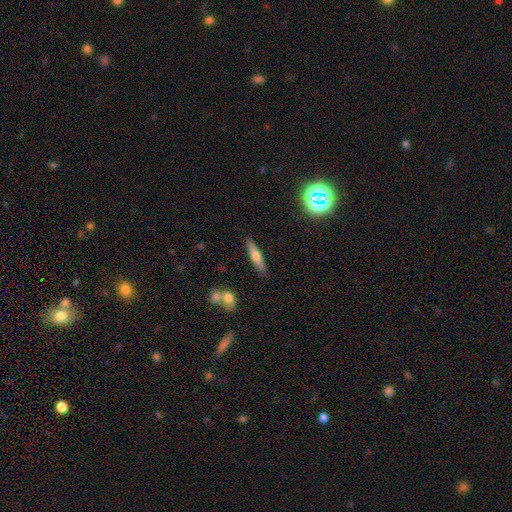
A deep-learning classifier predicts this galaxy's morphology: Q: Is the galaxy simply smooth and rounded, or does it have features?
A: smooth — 54%.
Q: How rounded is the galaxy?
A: cigar-shaped — 83%.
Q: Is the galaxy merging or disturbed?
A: none — 86%.